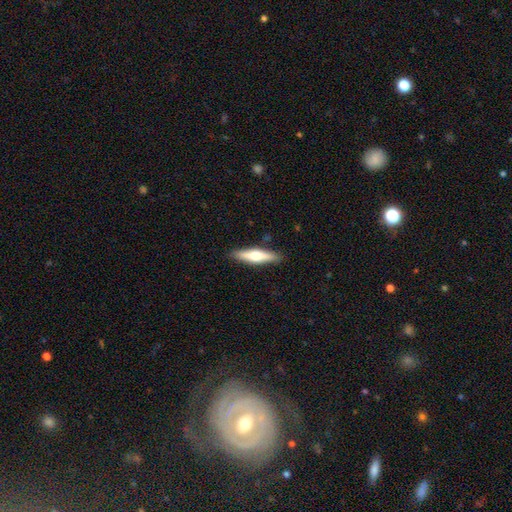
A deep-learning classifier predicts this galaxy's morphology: Smooth or featured?
  - smooth: 56% *
  - featured or disk: 39%
  - star or artifact: 5%
How rounded?
  - cigar-shaped: 76% *
  - in between: 22%
  - round: 2%
Merging?
  - none: 88% *
  - minor disturbance: 9%
  - major disturbance: 2%
  - merger: 1%